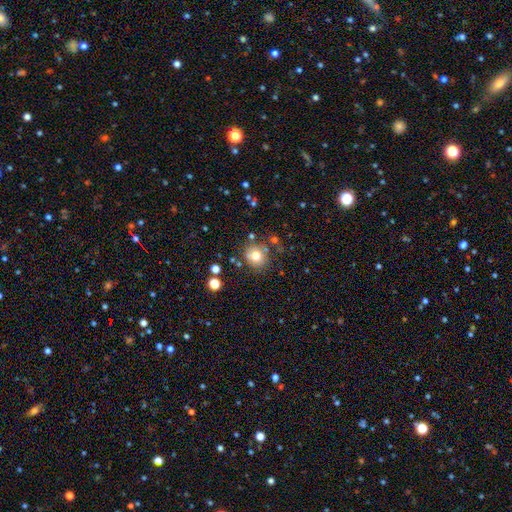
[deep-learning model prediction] smooth 74%, star or artifact 13%, featured or disk 13%. Down the decision tree: how rounded — round (84%); merging — none (75%).